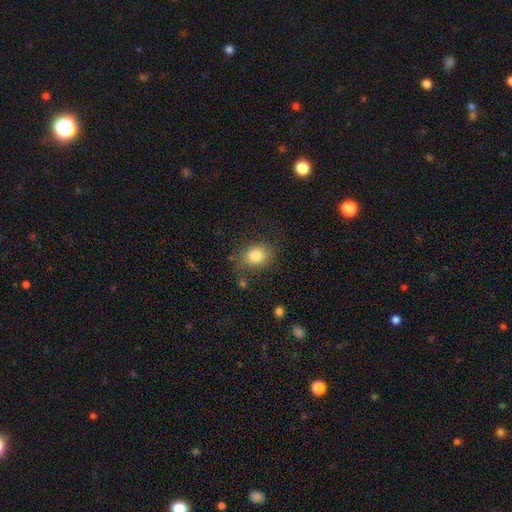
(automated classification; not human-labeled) Smooth or featured? Predicted: smooth (p=0.82). How rounded? Predicted: round (p=0.50). Merging? Predicted: none (p=0.75).